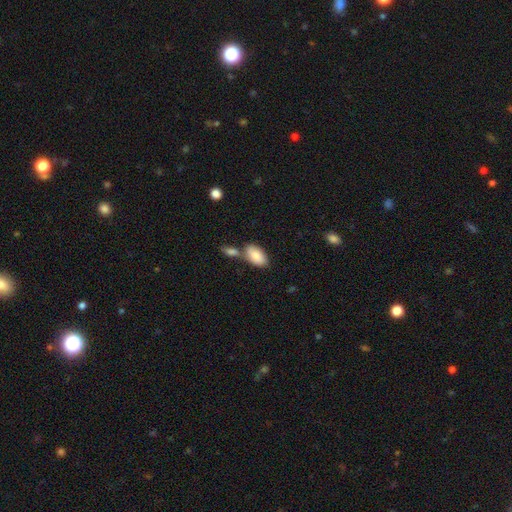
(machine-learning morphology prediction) The model was most divided on "merging": none: 53%, merger: 30%, minor disturbance: 13%, major disturbance: 4%. More confident: how rounded — in between (94%); smooth or featured — smooth (85%).